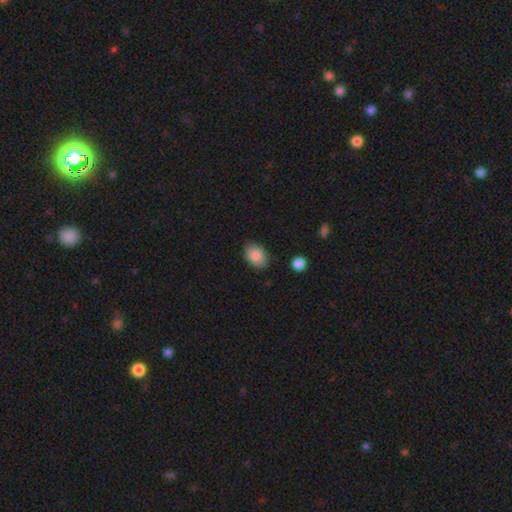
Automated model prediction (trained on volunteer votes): This is clearly a smooth galaxy (86%). How rounded: clearly in between (86%). Merging: clearly none (82%).